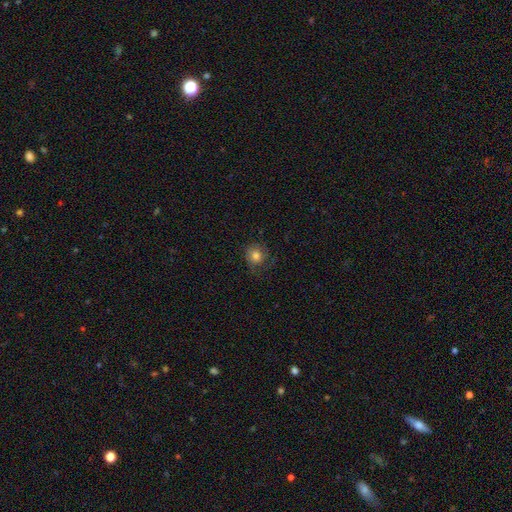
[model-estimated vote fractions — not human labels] Overall: smooth (75%). How rounded: round (84%). Merging: none (63%).